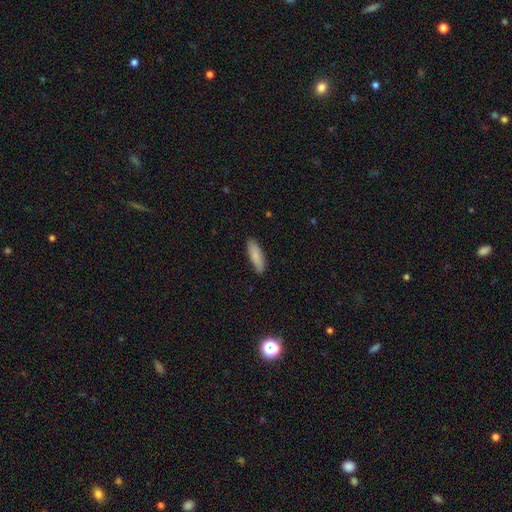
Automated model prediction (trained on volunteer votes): Smooth or featured: smooth — 85% (featured or disk — 9%)
How rounded: cigar-shaped — 52% (in between — 47%)
Merging: none — 85% (minor disturbance — 12%)